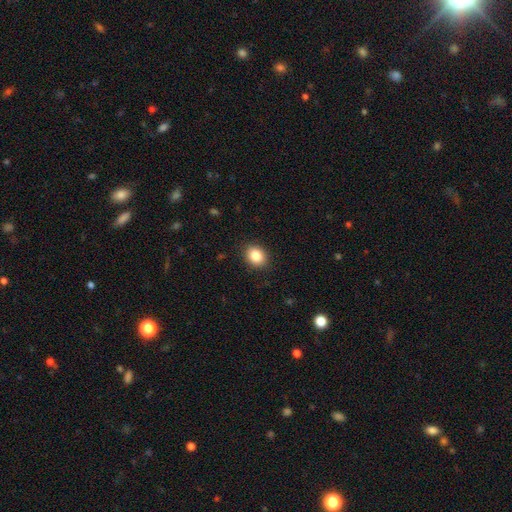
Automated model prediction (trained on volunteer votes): Overall: smooth (85%). How rounded: round (56%; in between 43%). Merging: none (89%).